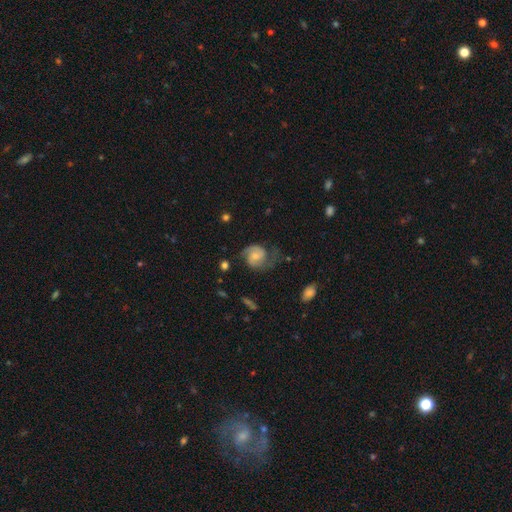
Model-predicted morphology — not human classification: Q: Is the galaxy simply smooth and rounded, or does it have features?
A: featured or disk — 79%.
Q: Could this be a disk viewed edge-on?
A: no — 98%.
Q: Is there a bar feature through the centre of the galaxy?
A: no — 62%.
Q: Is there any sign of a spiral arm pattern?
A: yes — 95%.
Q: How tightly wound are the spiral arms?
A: medium — 49%.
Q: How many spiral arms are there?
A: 2 — 84%.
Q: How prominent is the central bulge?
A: small — 48%.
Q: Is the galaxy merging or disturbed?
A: none — 58%.